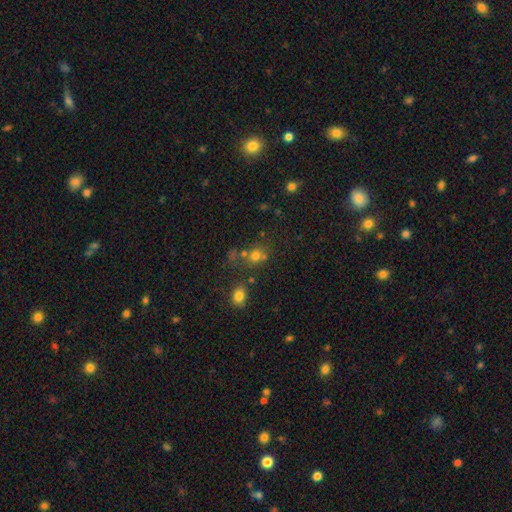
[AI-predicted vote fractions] This is likely a smooth galaxy (70%). How rounded: likely round (74%). Merging: possibly none (56%).